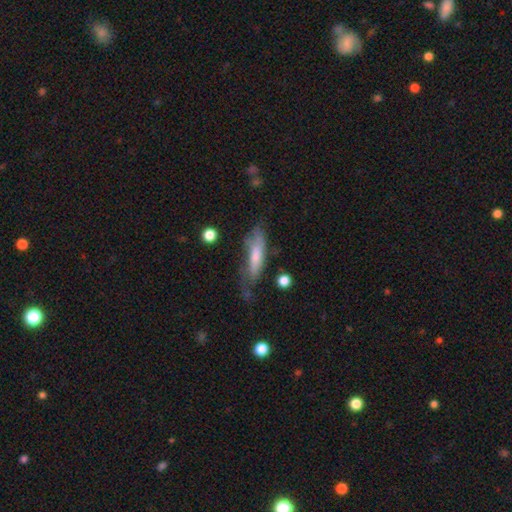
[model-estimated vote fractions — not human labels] A smooth galaxy with no disk features (53%) that is cigar-shaped (68%). Merging: none (53%).